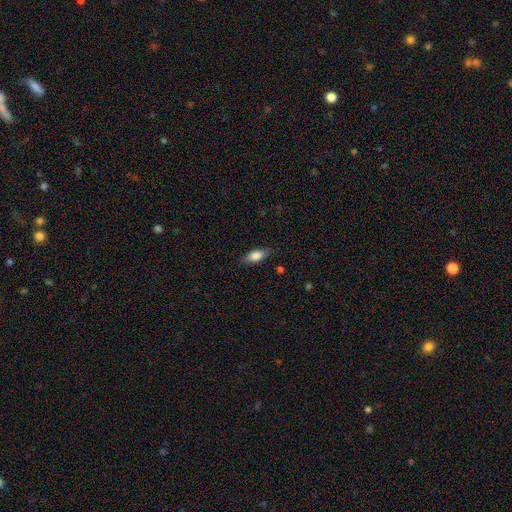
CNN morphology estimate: smooth_or_featured: smooth (p=0.79) [alt: featured or disk p=0.15]
how_rounded: in between (p=0.80) [alt: cigar-shaped p=0.17]
merging: none (p=0.80) [alt: minor disturbance p=0.15]